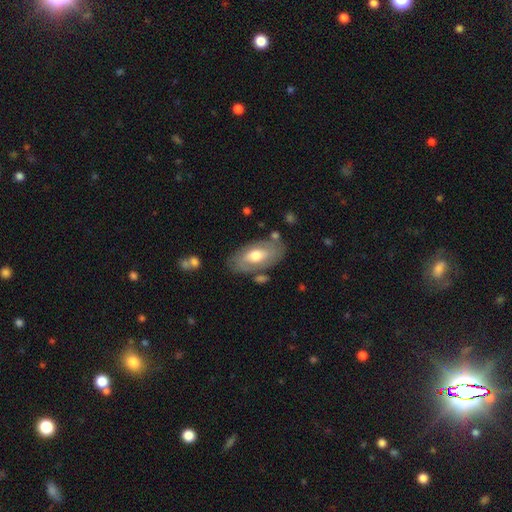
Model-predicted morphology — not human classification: Smooth or featured? featured or disk (48%)
Merging? none (73%)